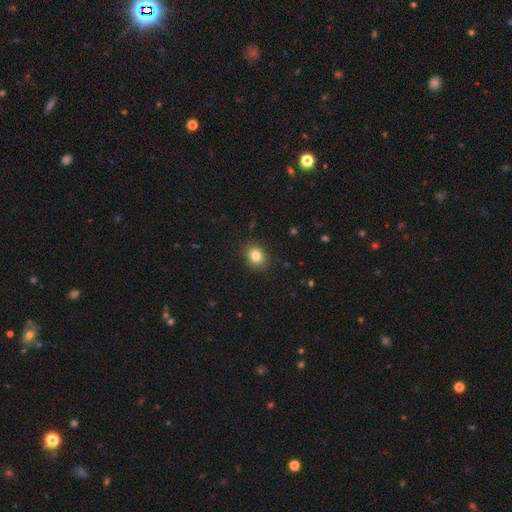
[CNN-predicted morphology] The model was most divided on "how rounded": round: 71%, in between: 28%, cigar-shaped: 1%. More confident: merging — none (90%); smooth or featured — smooth (82%).